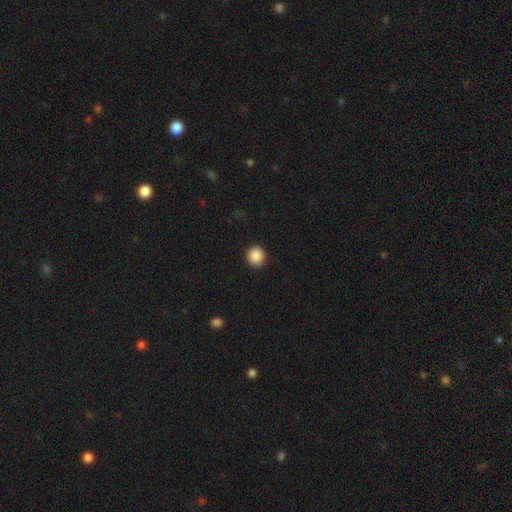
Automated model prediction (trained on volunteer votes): Overall: smooth (89%). How rounded: round (92%). Merging: none (93%).